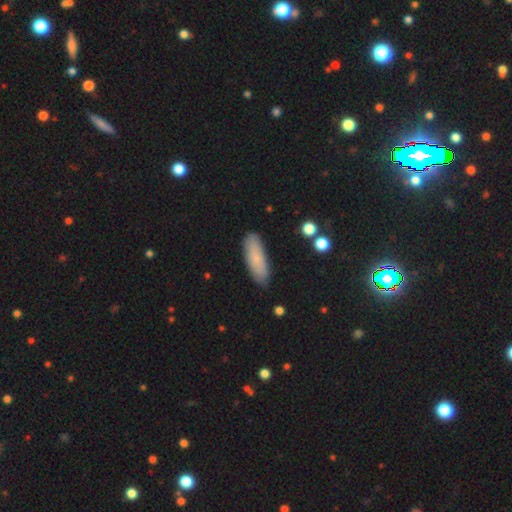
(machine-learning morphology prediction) This appears to be a smooth galaxy with no disk features (81%) that is in between round and cigar-shaped (52%). Merging: none (84%).